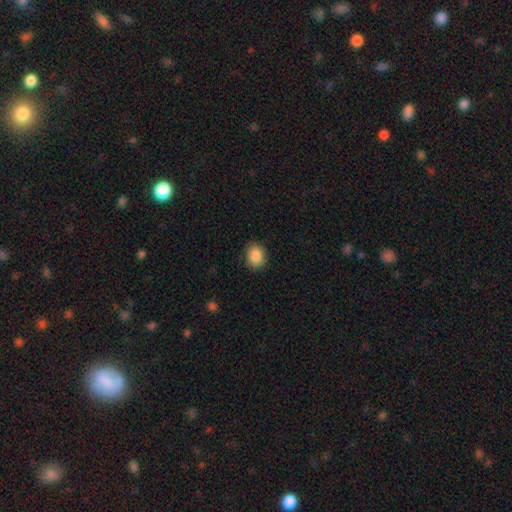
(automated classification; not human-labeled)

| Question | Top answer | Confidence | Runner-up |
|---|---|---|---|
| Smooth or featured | smooth | 88% | star or artifact (8%) |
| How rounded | in between | 53% | round (46%) |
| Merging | none | 87% | minor disturbance (10%) |